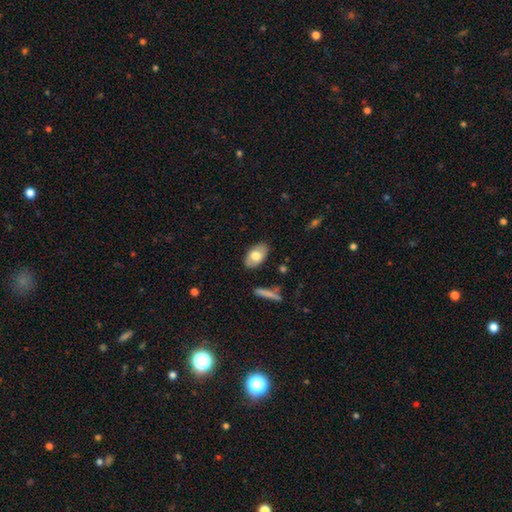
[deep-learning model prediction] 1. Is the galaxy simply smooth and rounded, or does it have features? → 72% smooth, 22% featured or disk, 6% star or artifact.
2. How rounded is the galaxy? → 93% in between, 5% round, 2% cigar-shaped.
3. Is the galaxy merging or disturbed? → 85% none, 11% minor disturbance, 2% major disturbance, 2% merger.